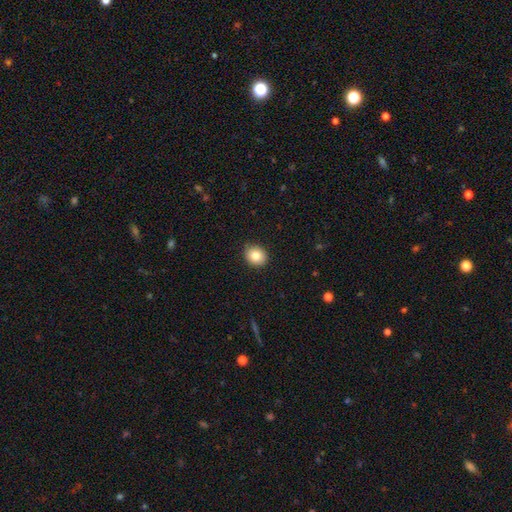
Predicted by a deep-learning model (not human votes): Smooth or featured? smooth (82%)
How rounded? round (68%)
Merging? none (88%)